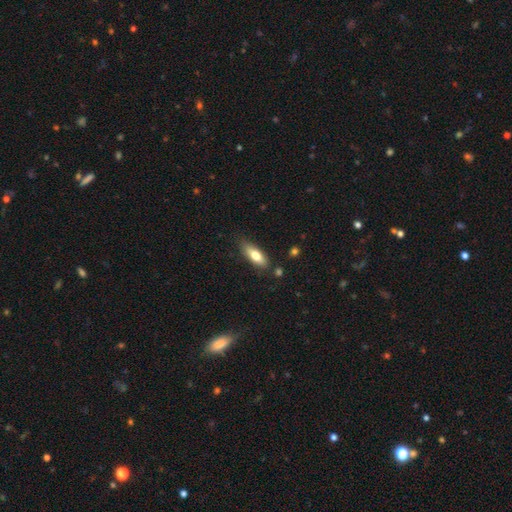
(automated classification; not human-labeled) The model was most divided on "how rounded": in between: 67%, cigar-shaped: 30%, round: 2%. More confident: merging — none (76%); smooth or featured — smooth (73%).